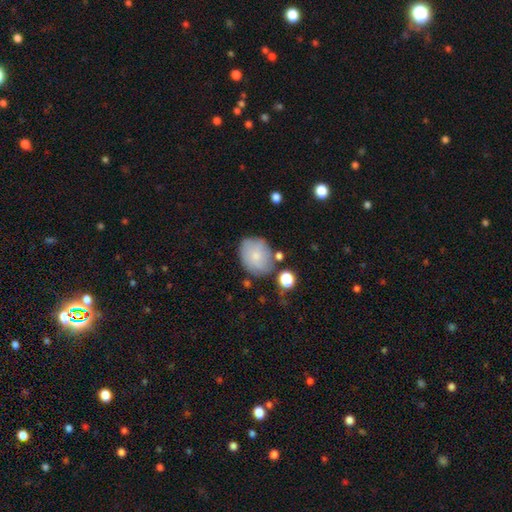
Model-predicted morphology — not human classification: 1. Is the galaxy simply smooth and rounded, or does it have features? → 73% smooth, 19% featured or disk, 8% star or artifact.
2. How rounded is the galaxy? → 50% round, 49% in between, 1% cigar-shaped.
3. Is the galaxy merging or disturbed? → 68% none, 20% minor disturbance, 6% merger, 6% major disturbance.